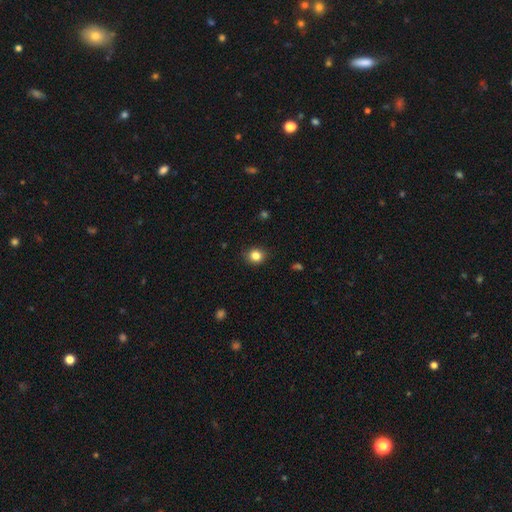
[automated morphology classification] Smooth or featured: smooth — 84% (star or artifact — 11%)
How rounded: round — 77% (in between — 22%)
Merging: none — 87% (minor disturbance — 10%)